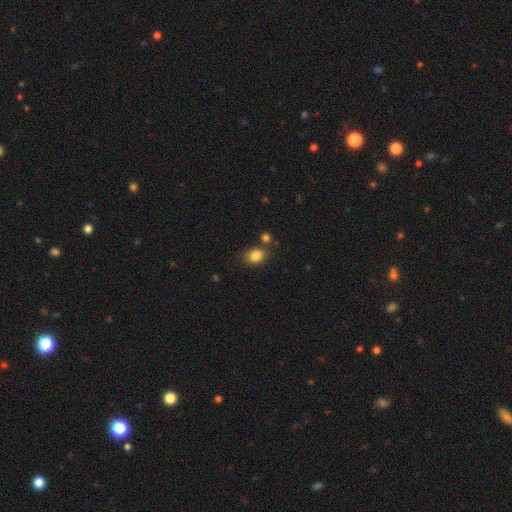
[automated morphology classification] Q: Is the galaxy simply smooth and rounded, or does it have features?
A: smooth — 84%.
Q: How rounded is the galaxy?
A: in between — 64%.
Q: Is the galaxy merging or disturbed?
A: none — 73%.